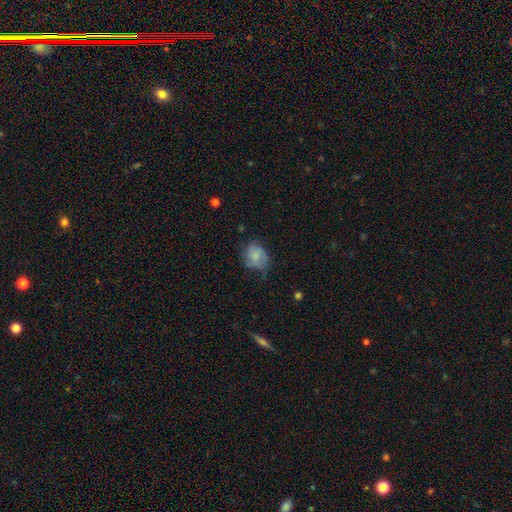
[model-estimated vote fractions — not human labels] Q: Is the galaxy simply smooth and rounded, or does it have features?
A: smooth — 69%.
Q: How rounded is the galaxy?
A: round — 60%.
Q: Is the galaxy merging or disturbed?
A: none — 50%.